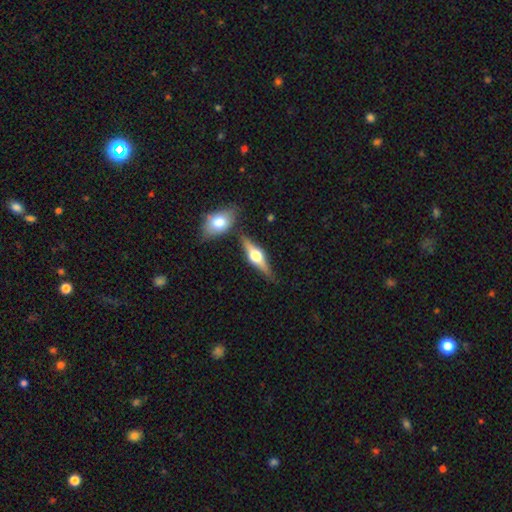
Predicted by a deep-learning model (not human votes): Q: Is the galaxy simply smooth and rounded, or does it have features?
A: featured or disk — 74%.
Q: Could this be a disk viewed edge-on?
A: yes — 96%.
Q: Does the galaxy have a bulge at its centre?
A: rounded — 96%.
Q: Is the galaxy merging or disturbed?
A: none — 79%.